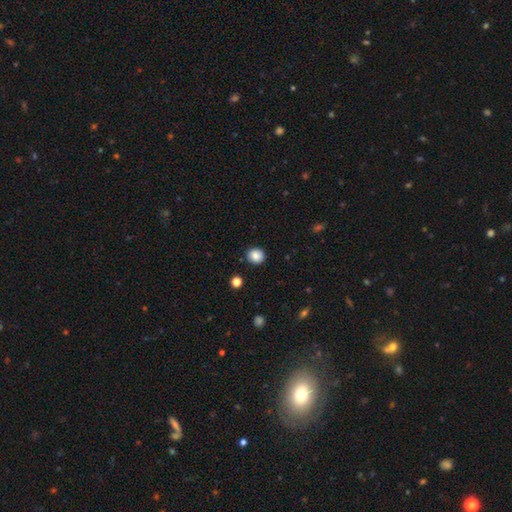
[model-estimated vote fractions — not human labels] Q: Smooth or featured?
A: smooth (85%); runner-up: star or artifact (9%)
Q: How rounded?
A: round (86%); runner-up: in between (13%)
Q: Merging?
A: none (90%); runner-up: minor disturbance (7%)